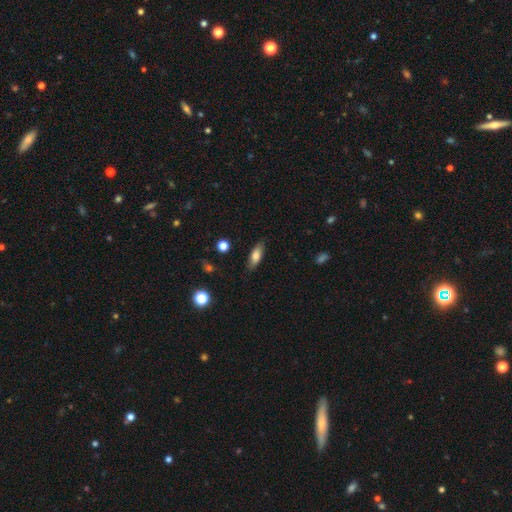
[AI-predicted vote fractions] Q: Smooth or featured?
A: smooth (75%); runner-up: featured or disk (17%)
Q: How rounded?
A: in between (66%); runner-up: cigar-shaped (31%)
Q: Merging?
A: none (83%); runner-up: minor disturbance (13%)